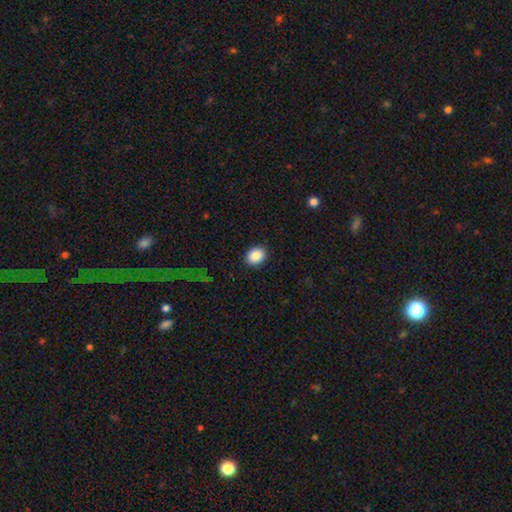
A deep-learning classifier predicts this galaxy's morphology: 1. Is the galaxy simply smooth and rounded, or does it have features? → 87% smooth, 8% star or artifact, 5% featured or disk.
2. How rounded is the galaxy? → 52% in between, 48% round, 1% cigar-shaped.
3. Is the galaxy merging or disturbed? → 90% none, 7% minor disturbance, 2% major disturbance, 1% merger.